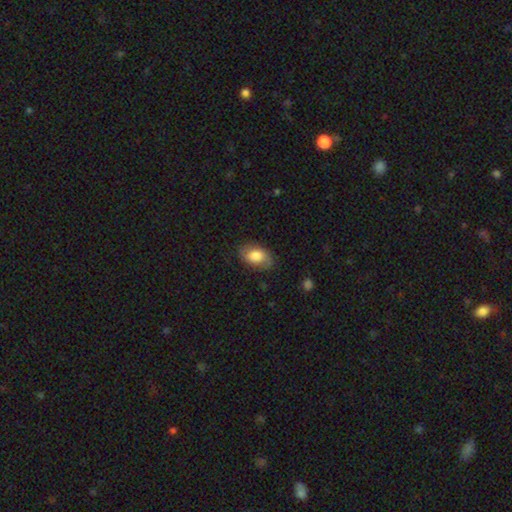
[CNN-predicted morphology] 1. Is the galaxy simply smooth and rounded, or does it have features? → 73% smooth, 20% featured or disk, 7% star or artifact.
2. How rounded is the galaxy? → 89% in between, 9% round, 1% cigar-shaped.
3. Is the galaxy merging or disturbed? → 76% none, 18% minor disturbance, 5% major disturbance, 1% merger.